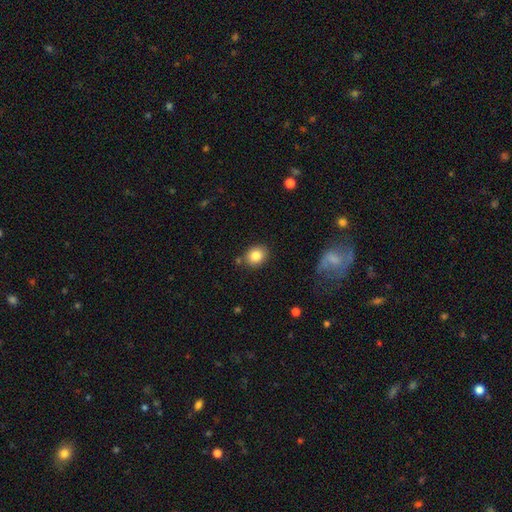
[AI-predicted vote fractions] Smooth or featured: smooth — 84% (star or artifact — 9%)
How rounded: round — 63% (in between — 36%)
Merging: none — 82% (minor disturbance — 11%)